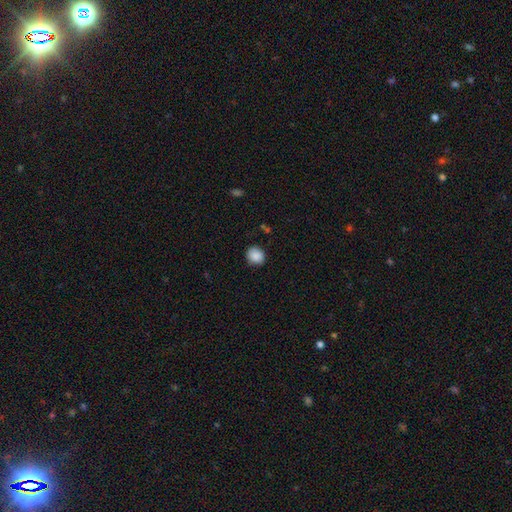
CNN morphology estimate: The model was most divided on "how rounded": round: 76%, in between: 23%, cigar-shaped: 1%. More confident: smooth or featured — smooth (88%); merging — none (84%).